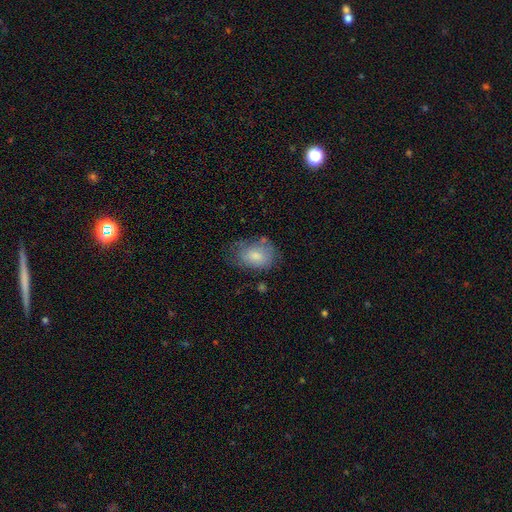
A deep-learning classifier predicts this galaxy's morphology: Smooth or featured: smooth — 73% (featured or disk — 19%)
How rounded: in between — 74% (round — 25%)
Merging: none — 52% (minor disturbance — 30%)